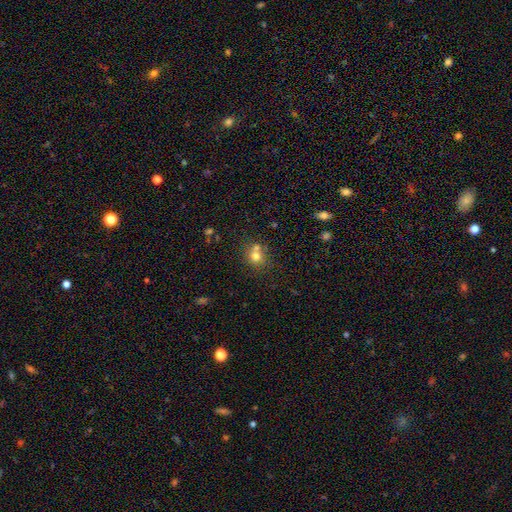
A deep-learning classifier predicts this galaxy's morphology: type=smooth (72%); roundness=round (81%); merging=none (51%).